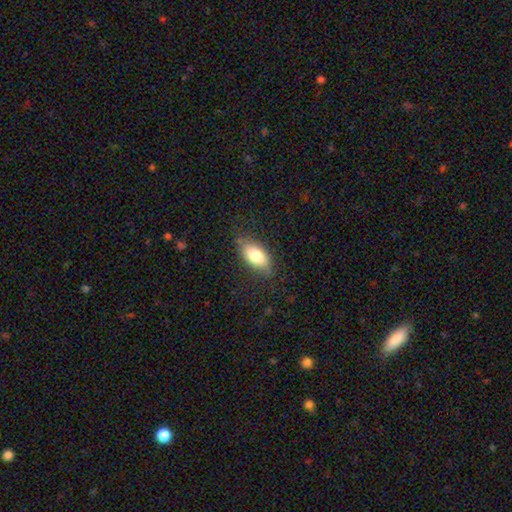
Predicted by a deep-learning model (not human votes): Smooth or featured? smooth (80%)
How rounded? in between (90%)
Merging? none (78%)